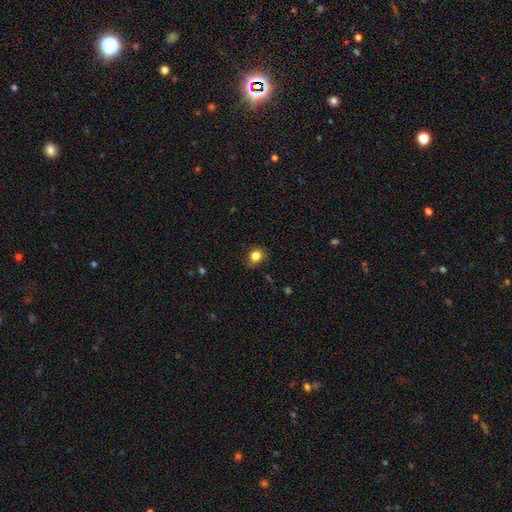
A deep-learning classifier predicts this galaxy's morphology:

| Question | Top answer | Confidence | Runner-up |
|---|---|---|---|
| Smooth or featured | smooth | 83% | star or artifact (12%) |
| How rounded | round | 71% | in between (28%) |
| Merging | none | 79% | minor disturbance (16%) |